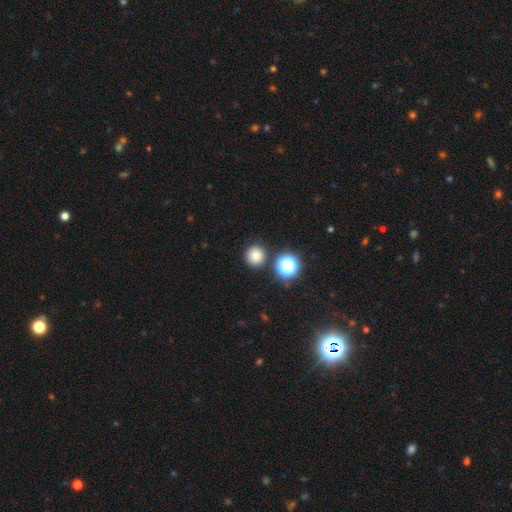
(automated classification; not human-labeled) This is likely a smooth galaxy (76%). How rounded: clearly round (92%). Merging: clearly none (85%).